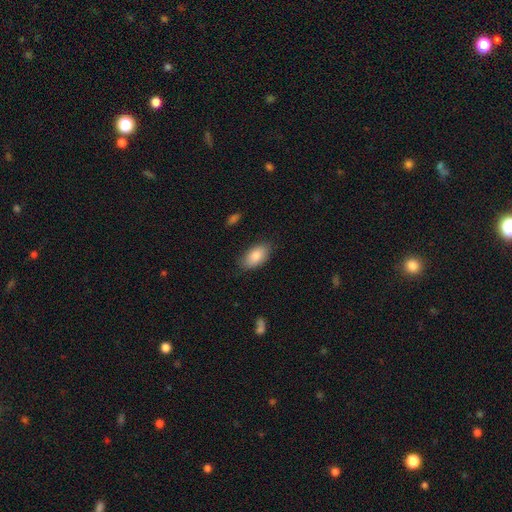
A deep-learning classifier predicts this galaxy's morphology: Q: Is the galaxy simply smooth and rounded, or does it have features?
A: smooth — 85%.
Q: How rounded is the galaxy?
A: in between — 93%.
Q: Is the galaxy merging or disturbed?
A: none — 83%.